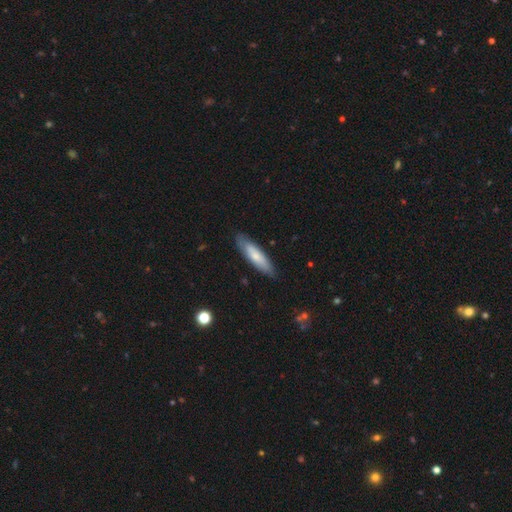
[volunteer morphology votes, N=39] A smooth galaxy with no disk features (74%) that is cigar-shaped (55%).

Vote fractions:
- Smooth or featured? smooth: 74% / featured or disk: 26% / star or artifact: 0%
- How rounded? cigar-shaped: 55% / in between: 38% / round: 7%
- Merging? none: 85% / minor disturbance: 10% / major disturbance: 3% / merger: 3%